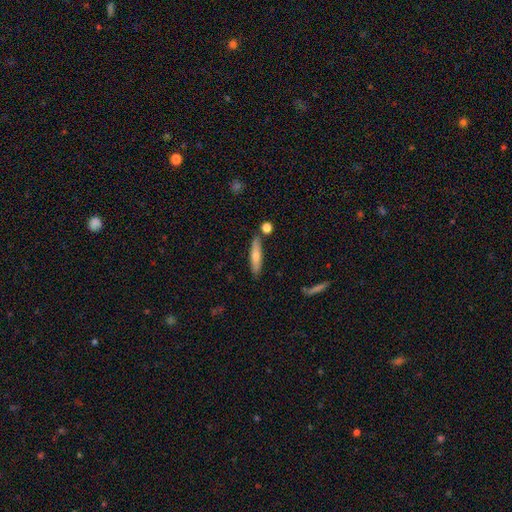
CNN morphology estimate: smooth-or-featured: smooth: 60% | featured or disk: 33% | star or artifact: 7%
  how-rounded: cigar-shaped: 83% | in between: 15% | round: 2%
  merging: none: 81% | minor disturbance: 11% | merger: 6% | major disturbance: 2%